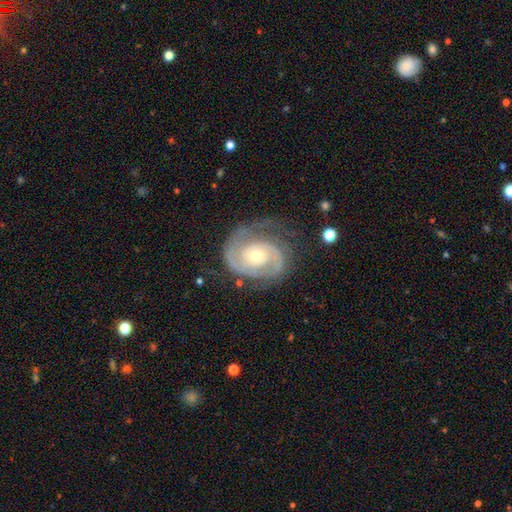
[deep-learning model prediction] Q: Smooth or featured?
A: featured or disk (90%); runner-up: smooth (6%)
Q: Edge-on disk?
A: no (98%); runner-up: yes (2%)
Q: Bar?
A: no (71%); runner-up: weak (22%)
Q: Spiral arms?
A: yes (97%); runner-up: no (3%)
Q: Spiral winding?
A: tight (62%); runner-up: medium (31%)
Q: Spiral arm count?
A: 2 (74%); runner-up: can't tell (8%)
Q: Bulge size?
A: small (50%); runner-up: moderate (45%)
Q: Merging?
A: none (69%); runner-up: minor disturbance (19%)